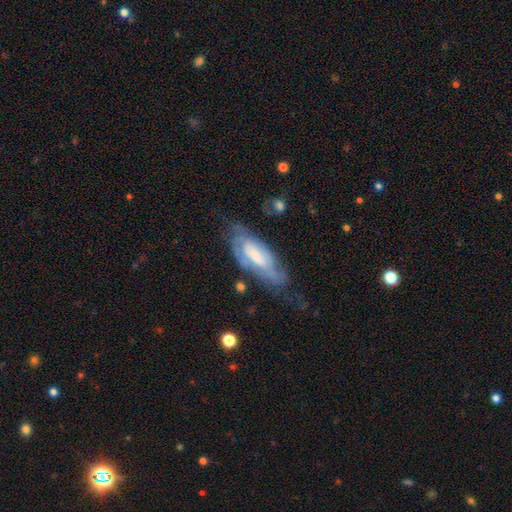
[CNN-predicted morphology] This is likely a featured or disk galaxy (63%). It is clearly not viewed edge-on (82%). Bar: possibly no (48%). Spiral arm pattern: likely yes (75%). Central bulge: marginally moderate (34%). Merging: possibly none (49%).